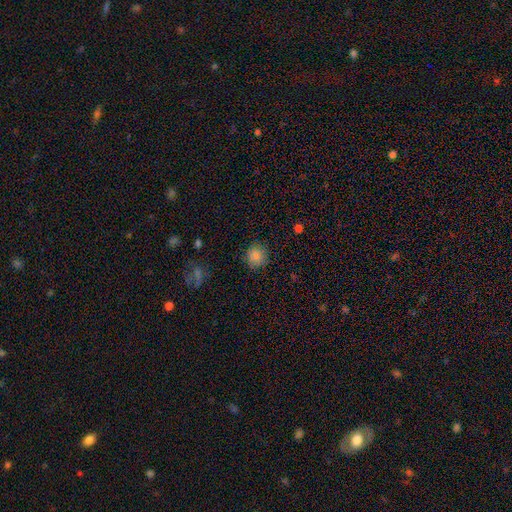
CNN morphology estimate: Smooth or featured?
  - smooth: 85% *
  - star or artifact: 11%
  - featured or disk: 5%
How rounded?
  - round: 88% *
  - in between: 11%
  - cigar-shaped: 1%
Merging?
  - none: 86% *
  - minor disturbance: 10%
  - major disturbance: 3%
  - merger: 1%